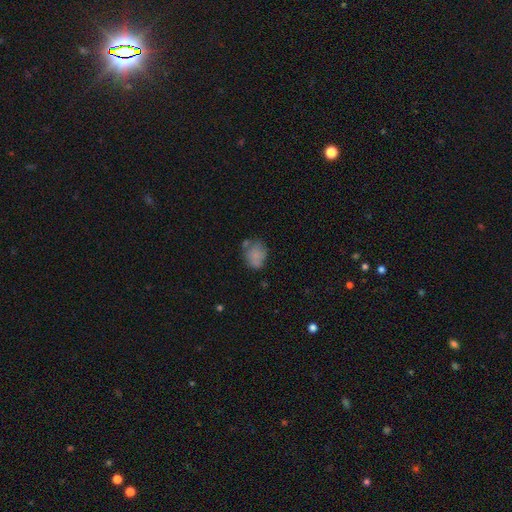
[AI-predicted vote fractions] Smooth or featured? smooth (74%)
How rounded? round (50%)
Merging? none (49%)